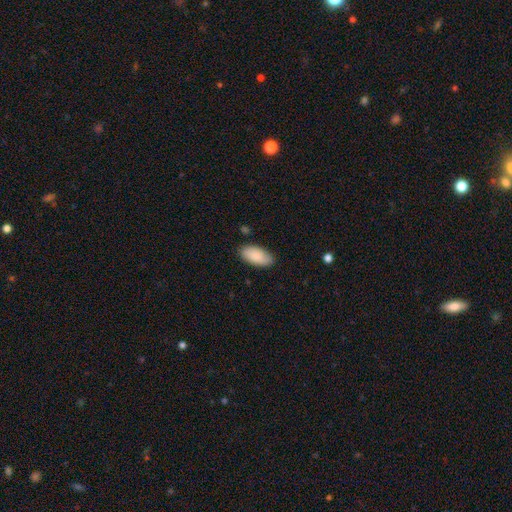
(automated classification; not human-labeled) The model was most divided on "merging": none: 85%, minor disturbance: 12%, major disturbance: 2%, merger: 1%. More confident: how rounded — in between (93%); smooth or featured — smooth (88%).